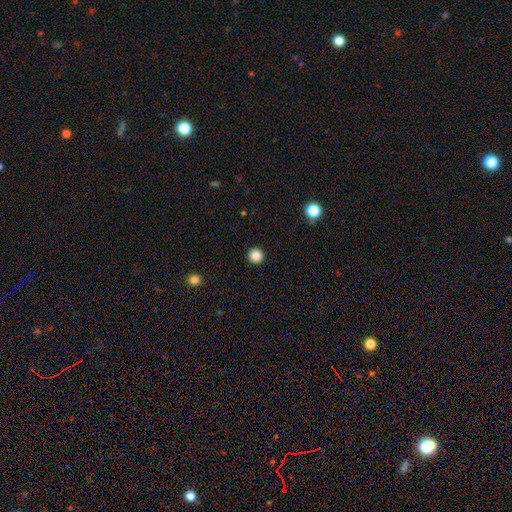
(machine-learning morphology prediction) Overall: smooth (86%). How rounded: round (95%). Merging: none (94%).